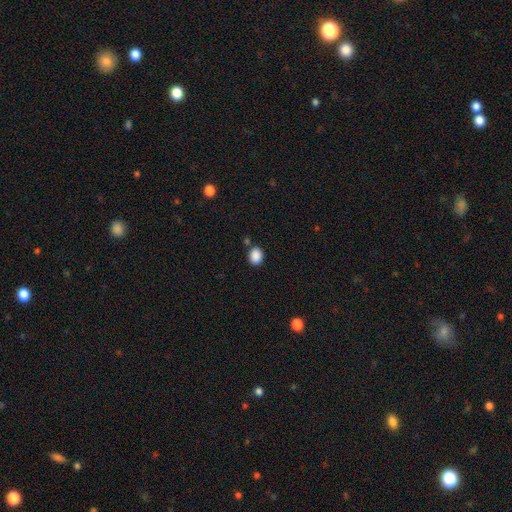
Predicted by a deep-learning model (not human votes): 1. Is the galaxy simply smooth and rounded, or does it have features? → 88% smooth, 9% star or artifact, 3% featured or disk.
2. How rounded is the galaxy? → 54% in between, 45% round, 1% cigar-shaped.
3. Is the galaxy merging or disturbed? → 79% none, 11% minor disturbance, 6% merger, 3% major disturbance.